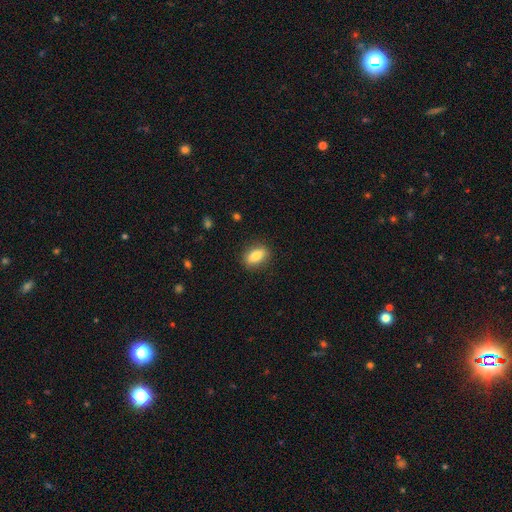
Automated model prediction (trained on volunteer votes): Morphology: type=smooth (82%); roundness=in between (82%); merging=none (87%).